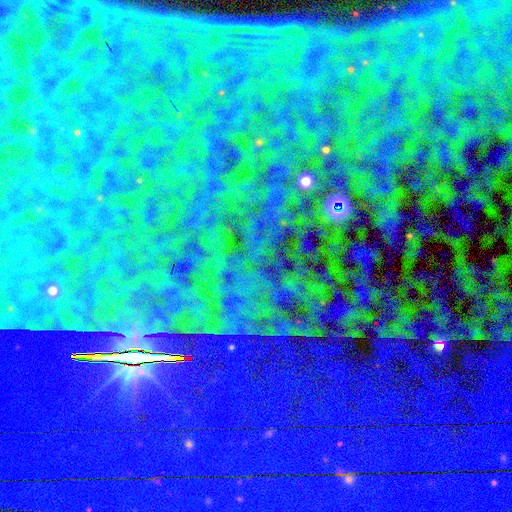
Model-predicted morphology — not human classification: star or artifact 86%, featured or disk 7%, smooth 7%.